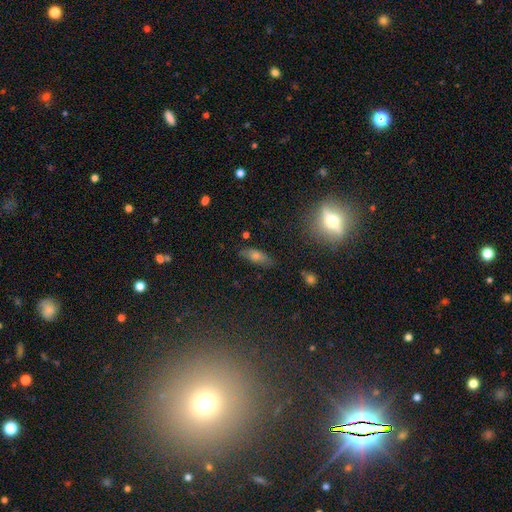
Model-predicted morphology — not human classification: smooth-or-featured: smooth: 56% | featured or disk: 24% | star or artifact: 20%
  how-rounded: in between: 66% | cigar-shaped: 27% | round: 7%
  merging: none: 82% | minor disturbance: 13% | major disturbance: 4% | merger: 2%